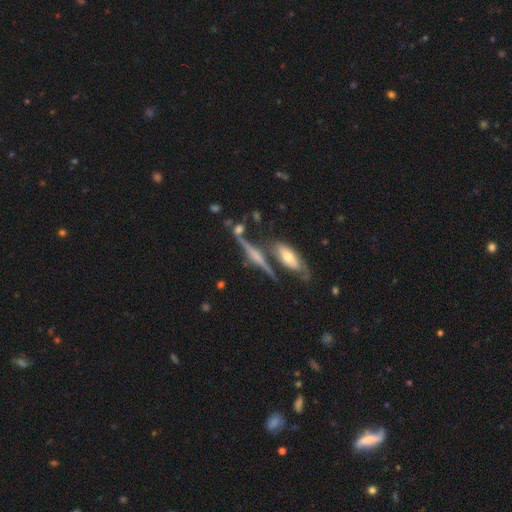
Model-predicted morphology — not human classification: Smooth or featured: featured or disk — 75% (smooth — 16%)
Edge-on disk: yes — 93% (no — 7%)
Edge-on bulge: rounded — 68% (boxy — 19%)
Merging: none — 66% (merger — 15%)